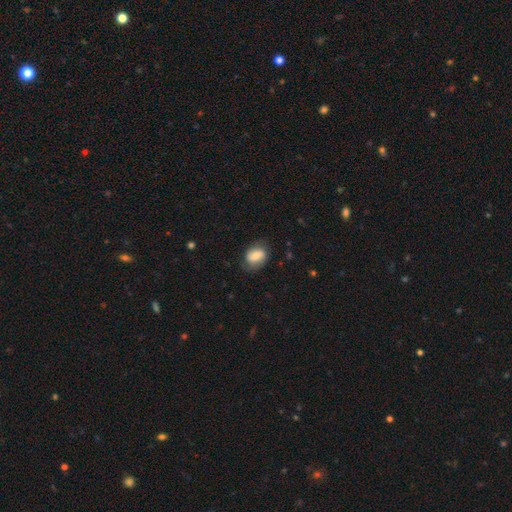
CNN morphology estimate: The model was most divided on "smooth or featured": smooth: 63%, featured or disk: 29%, star or artifact: 8%. More confident: how rounded — in between (67%); merging — none (64%).